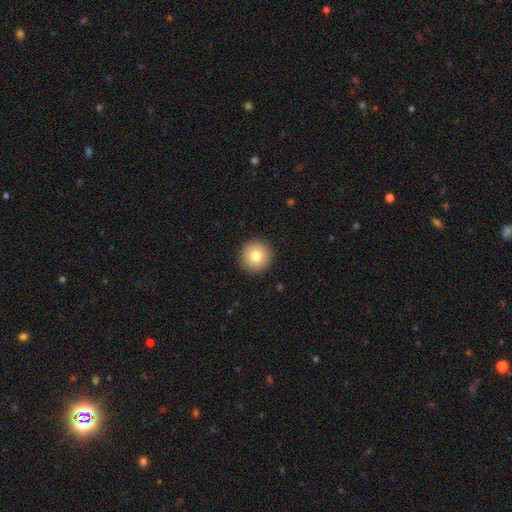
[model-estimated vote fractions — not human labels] The model was most divided on "smooth or featured": smooth: 78%, featured or disk: 12%, star or artifact: 10%. More confident: how rounded — round (96%); merging — none (93%).